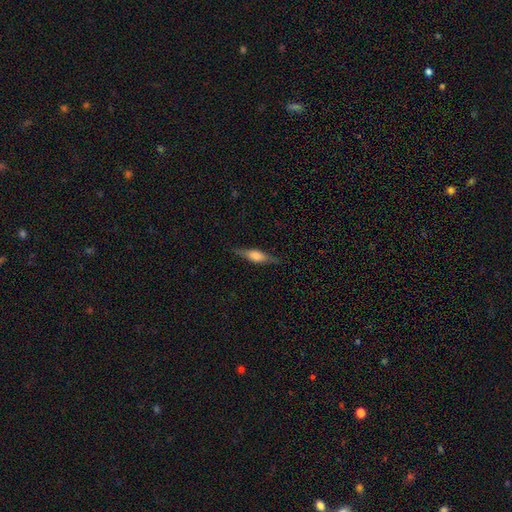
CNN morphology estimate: Q: Smooth or featured?
A: featured or disk (47%); runner-up: smooth (46%)
Q: Merging?
A: none (83%); runner-up: minor disturbance (13%)